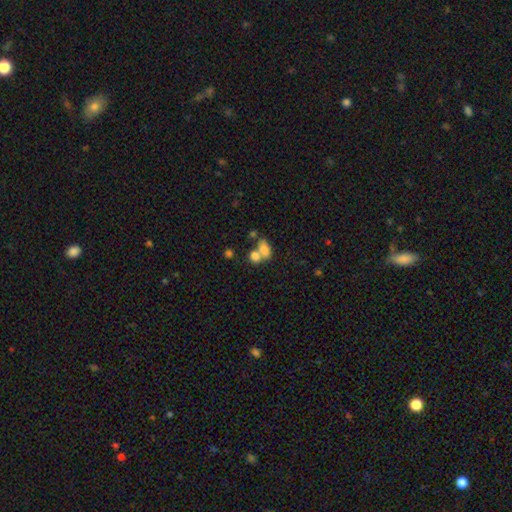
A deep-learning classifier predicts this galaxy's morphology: A smooth galaxy with no disk features (78%) that is in between round and cigar-shaped (73%). Merging: merger (58%).